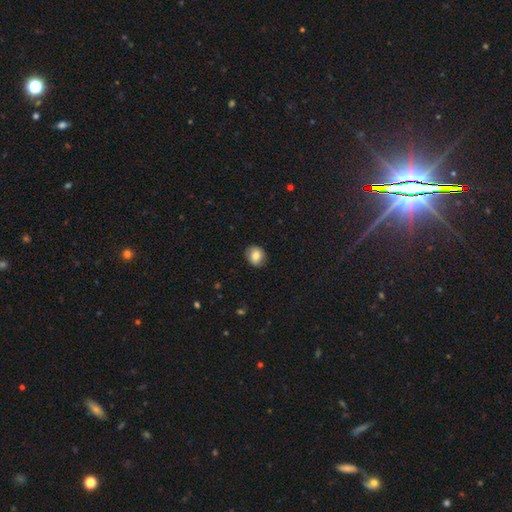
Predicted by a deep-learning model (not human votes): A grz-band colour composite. It shows a smooth galaxy with no disk features (79%) that is round (70%). Merging: none (85%).